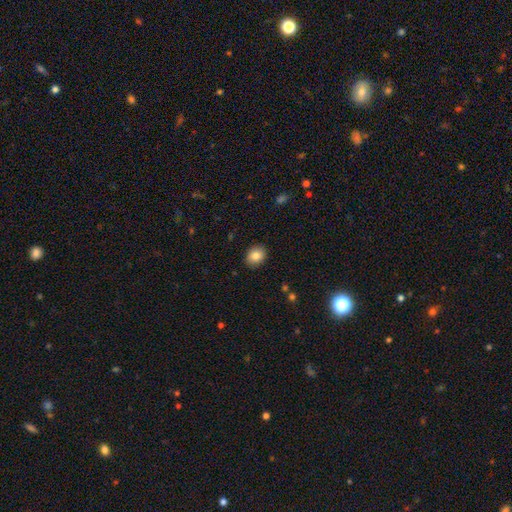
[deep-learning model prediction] A smooth galaxy with no disk features (84%) that is round (50%). Merging: none (90%).